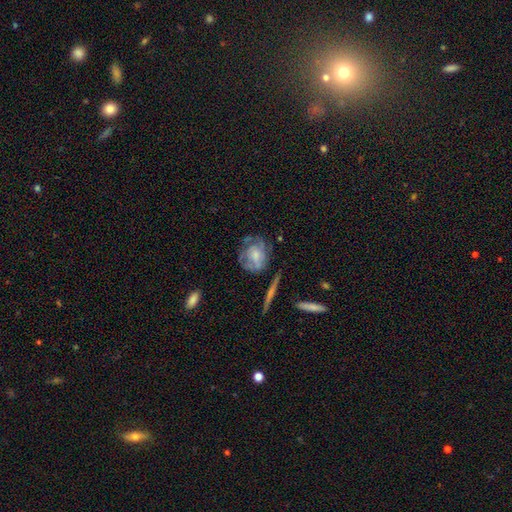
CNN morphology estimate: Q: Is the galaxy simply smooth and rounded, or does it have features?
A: featured or disk — 56%.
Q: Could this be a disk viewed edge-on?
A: no — 95%.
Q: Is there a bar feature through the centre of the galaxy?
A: no — 72%.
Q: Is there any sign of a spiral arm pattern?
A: yes — 61%.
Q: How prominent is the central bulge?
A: moderate — 37%.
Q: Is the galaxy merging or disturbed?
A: none — 51%.